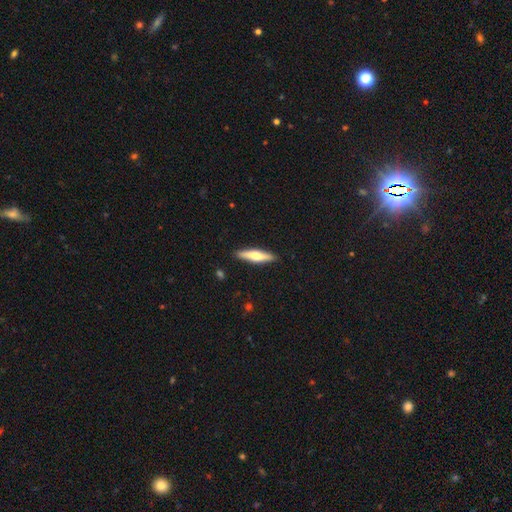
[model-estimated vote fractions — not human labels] smooth_or_featured: smooth (p=0.51) [alt: featured or disk p=0.44]
how_rounded: cigar-shaped (p=0.79) [alt: in between p=0.19]
merging: none (p=0.90) [alt: minor disturbance p=0.07]